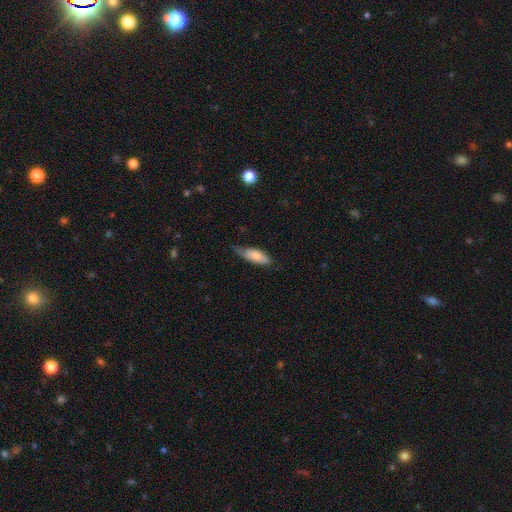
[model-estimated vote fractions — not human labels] Q: Smooth or featured?
A: smooth (70%); runner-up: featured or disk (24%)
Q: How rounded?
A: in between (69%); runner-up: cigar-shaped (29%)
Q: Merging?
A: none (50%); runner-up: minor disturbance (38%)